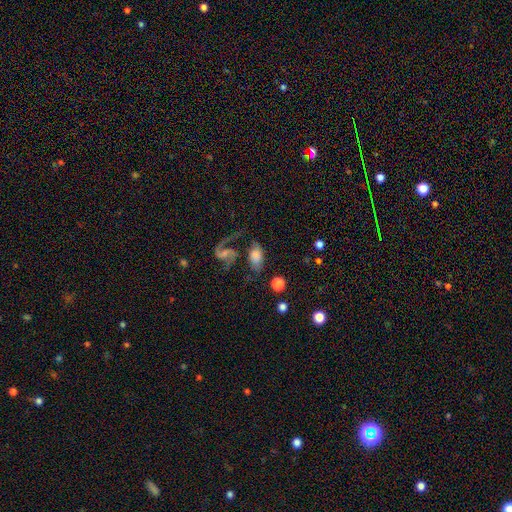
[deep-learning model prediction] Morphology: type=smooth (49%); merging=none (41%).